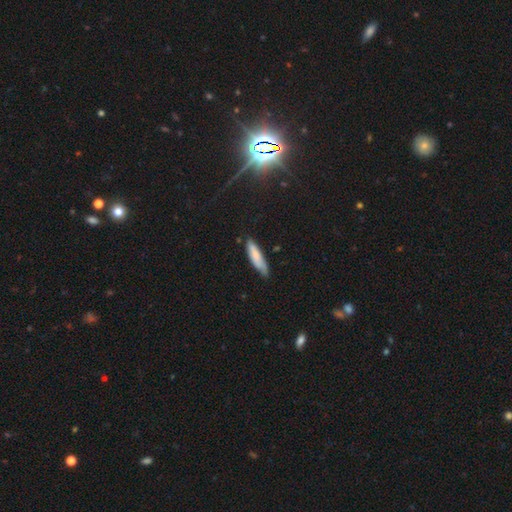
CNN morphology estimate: Smooth or featured: smooth — 77% (featured or disk — 17%)
How rounded: cigar-shaped — 72% (in between — 27%)
Merging: none — 68% (minor disturbance — 26%)